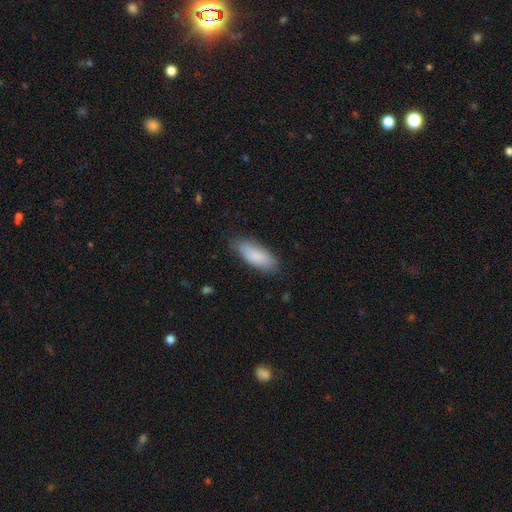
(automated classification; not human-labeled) smooth_or_featured: smooth (p=0.85) [alt: featured or disk p=0.09]
how_rounded: in between (p=0.76) [alt: cigar-shaped p=0.22]
merging: none (p=0.79) [alt: minor disturbance p=0.17]